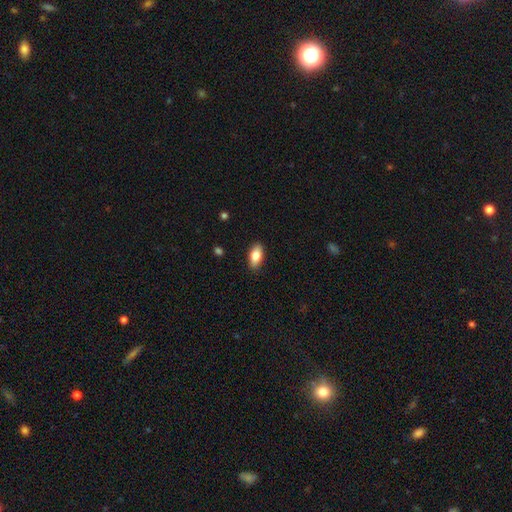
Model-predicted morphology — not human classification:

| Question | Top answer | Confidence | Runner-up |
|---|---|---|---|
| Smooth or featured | smooth | 81% | featured or disk (12%) |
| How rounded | in between | 90% | cigar-shaped (7%) |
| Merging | none | 89% | minor disturbance (8%) |